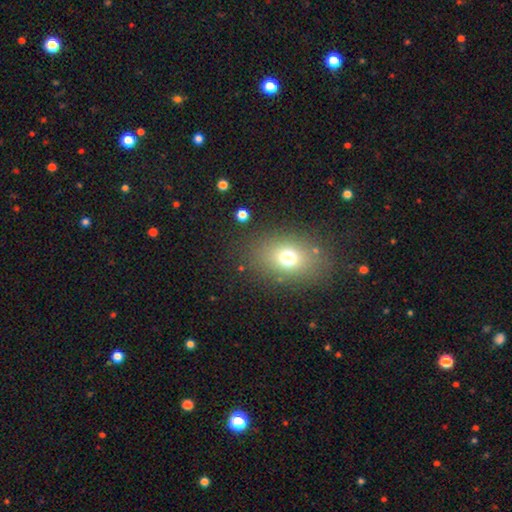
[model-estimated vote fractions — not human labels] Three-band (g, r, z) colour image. It shows a smooth galaxy with no disk features (66%) that is in between round and cigar-shaped (73%). Merging: none (88%).